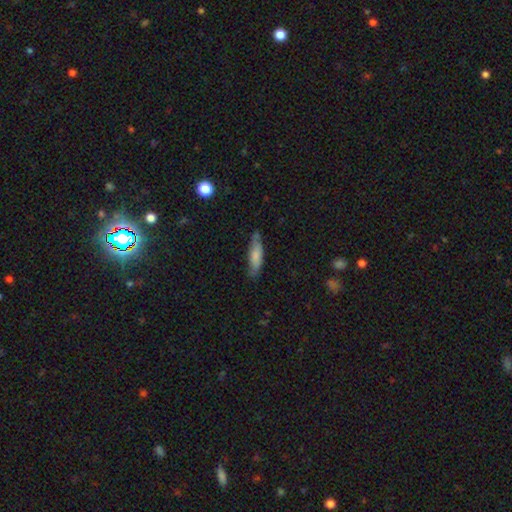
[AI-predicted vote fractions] A smooth galaxy with no disk features (72%) that is cigar-shaped (61%). Merging: none (70%).